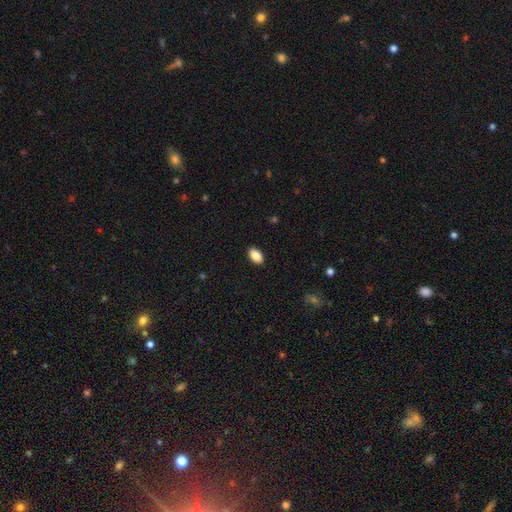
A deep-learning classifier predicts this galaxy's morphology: This appears to be a smooth galaxy with no disk features (88%) that is in between round and cigar-shaped (93%). Merging: none (90%).